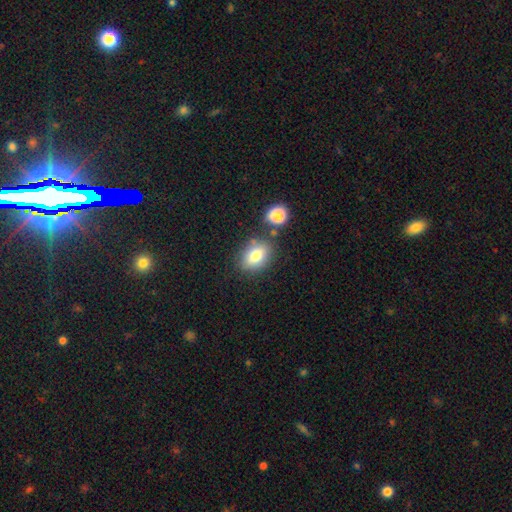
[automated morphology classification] smooth_or_featured: smooth (p=0.77) [alt: featured or disk p=0.13]
how_rounded: in between (p=0.77) [alt: round p=0.21]
merging: none (p=0.72) [alt: minor disturbance p=0.13]